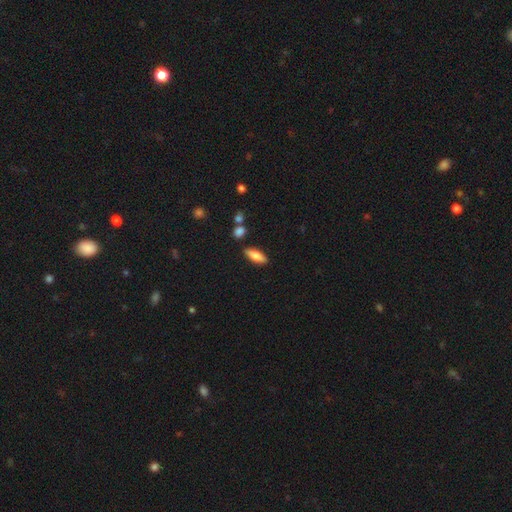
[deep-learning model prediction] Smooth or featured? Predicted: smooth (p=0.74). How rounded? Predicted: in between (p=0.61). Merging? Predicted: none (p=0.86).